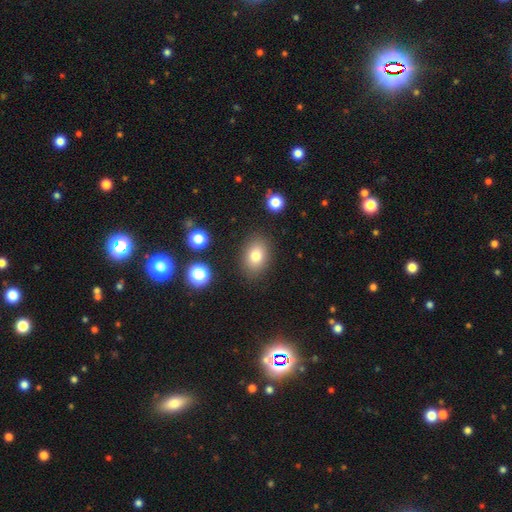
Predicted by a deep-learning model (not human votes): Smooth or featured: smooth — 78% (star or artifact — 11%)
How rounded: in between — 73% (round — 25%)
Merging: none — 85% (minor disturbance — 10%)